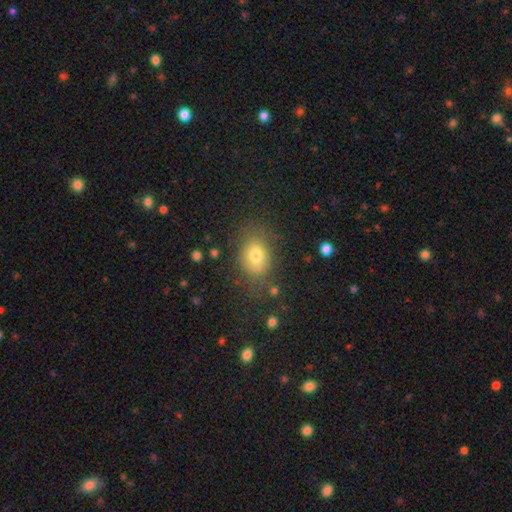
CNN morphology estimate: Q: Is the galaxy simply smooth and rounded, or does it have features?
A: smooth — 77%.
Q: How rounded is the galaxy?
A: in between — 65%.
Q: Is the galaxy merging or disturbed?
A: none — 74%.